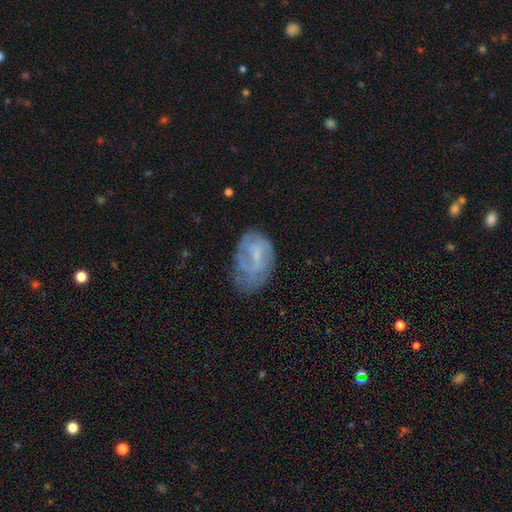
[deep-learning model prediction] A featured or disk galaxy (59%) with a weak bar (49%), spiral arms (69%) and a small central bulge (54%). Merging: none (48%).